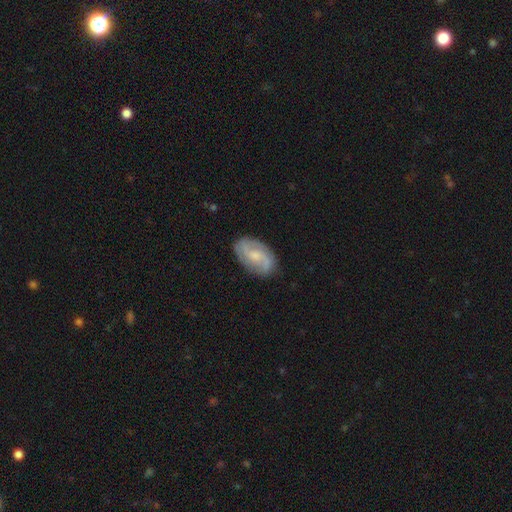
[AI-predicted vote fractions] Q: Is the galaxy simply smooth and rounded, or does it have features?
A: featured or disk — 73%.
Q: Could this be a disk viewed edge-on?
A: no — 96%.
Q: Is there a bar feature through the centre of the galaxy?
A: no — 49%.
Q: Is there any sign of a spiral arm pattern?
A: yes — 93%.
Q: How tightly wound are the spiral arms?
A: medium — 46%.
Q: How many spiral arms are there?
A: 2 — 74%.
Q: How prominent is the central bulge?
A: small — 47%.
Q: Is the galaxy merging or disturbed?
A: none — 81%.